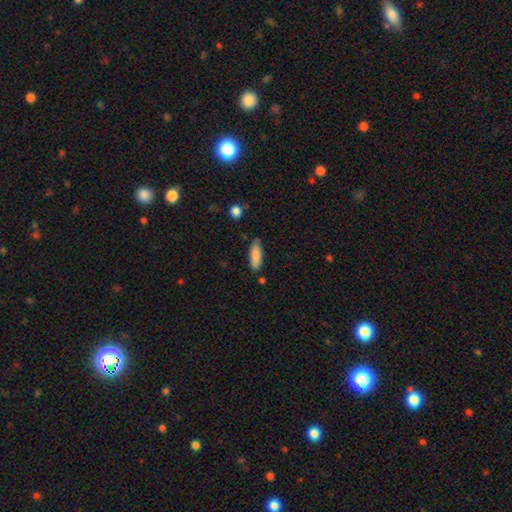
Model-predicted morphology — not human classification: Smooth or featured?
  - smooth: 84% *
  - featured or disk: 9%
  - star or artifact: 6%
How rounded?
  - in between: 52% *
  - cigar-shaped: 47%
  - round: 2%
Merging?
  - none: 77% *
  - minor disturbance: 17%
  - merger: 3%
  - major disturbance: 3%